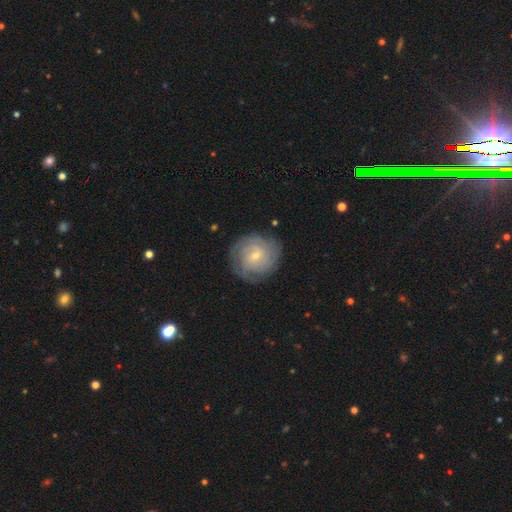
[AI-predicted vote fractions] This appears to be a featured or disk galaxy (76%) with no bar (51%), tight (79%) spiral arms (93%) and a small central bulge (72%). Merging: none (82%).